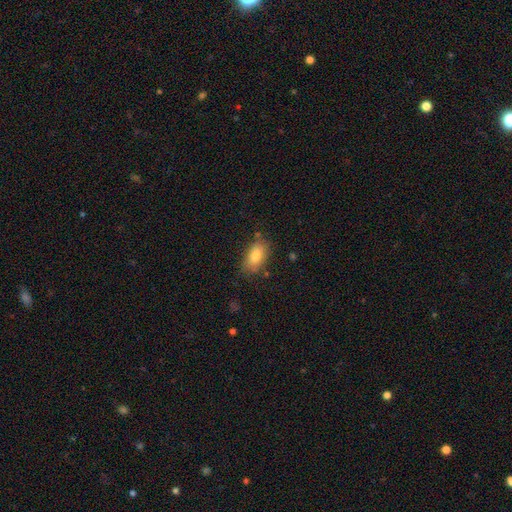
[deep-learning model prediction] This appears to be a smooth galaxy with no disk features (81%) that is in between round and cigar-shaped (90%). Merging: none (76%).